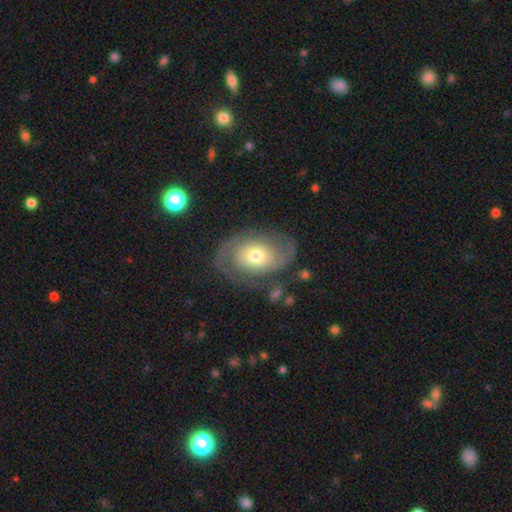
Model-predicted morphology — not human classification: type=featured or disk (69%); edge-on=no (95%); bar=no (79%); spiral arms=yes (79%); winding=tight (43%); arm count=2 (74%); bulge=moderate (61%); merging=none (67%).